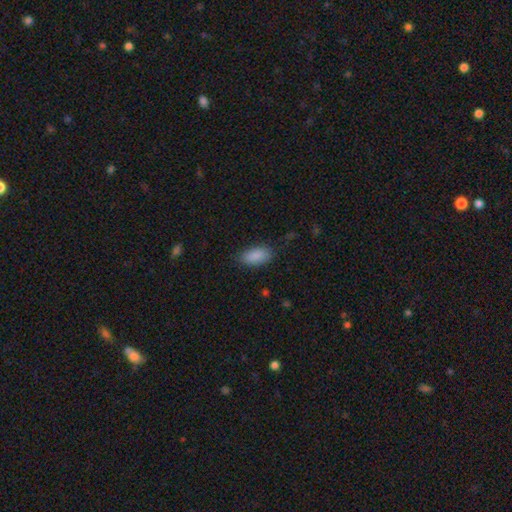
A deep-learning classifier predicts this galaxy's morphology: Smooth or featured? smooth (89%)
How rounded? in between (92%)
Merging? none (83%)